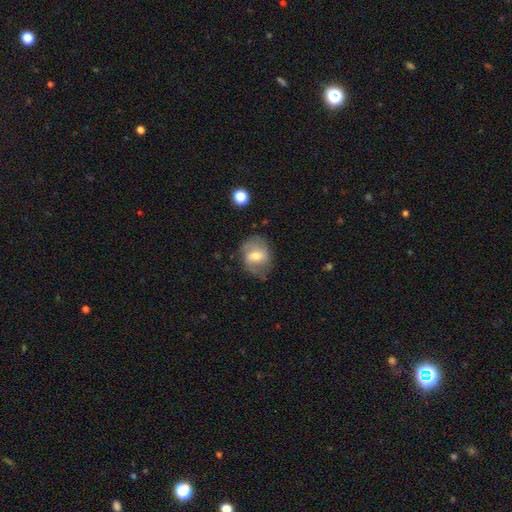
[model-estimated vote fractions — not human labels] A featured or disk galaxy (54%) with a weak bar (48%), spiral arms (75%) and a moderate central bulge (61%). Merging: none (65%).